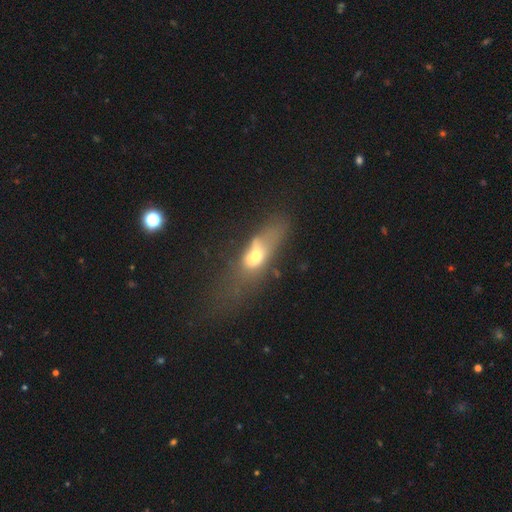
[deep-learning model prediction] Smooth or featured? Predicted: smooth (p=0.56). How rounded? Predicted: in between (p=0.71). Merging? Predicted: major disturbance (p=0.46).